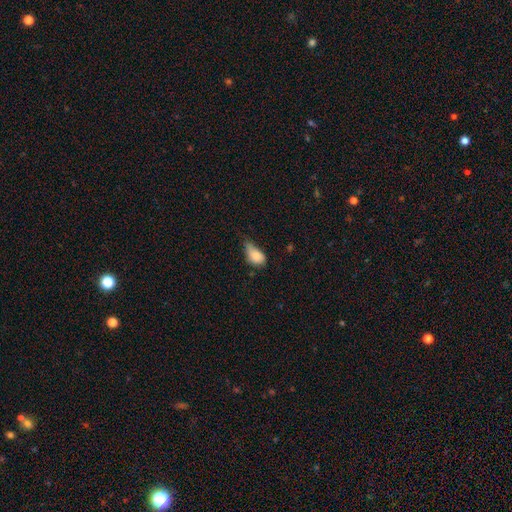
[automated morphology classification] Smooth or featured: smooth — 82% (featured or disk — 10%)
How rounded: in between — 89% (round — 8%)
Merging: minor disturbance — 52% (none — 25%)